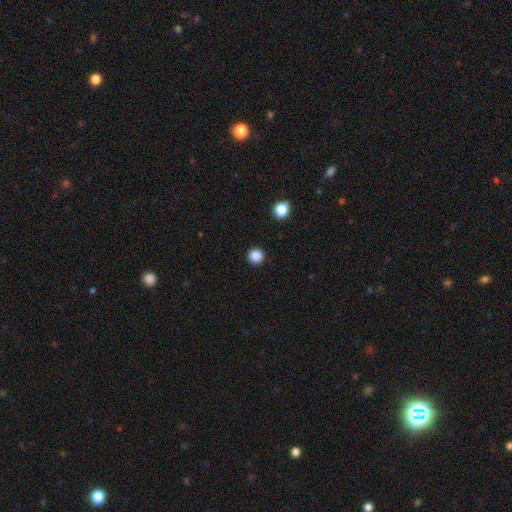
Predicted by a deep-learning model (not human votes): Morphology: type=smooth (87%); roundness=round (94%); merging=none (93%).